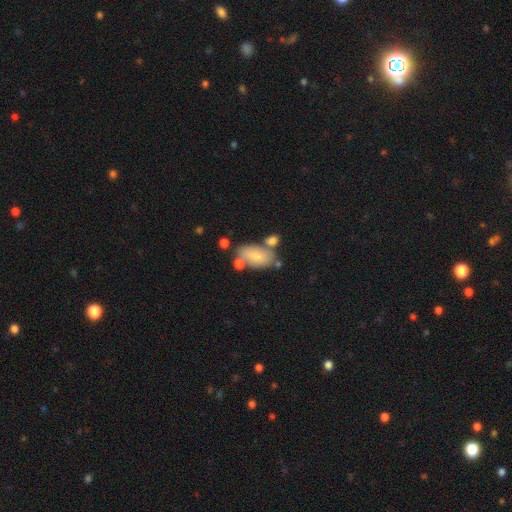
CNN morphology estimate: smooth 73%, featured or disk 20%, star or artifact 7%. Down the decision tree: how rounded — in between (92%); merging — none (53%).